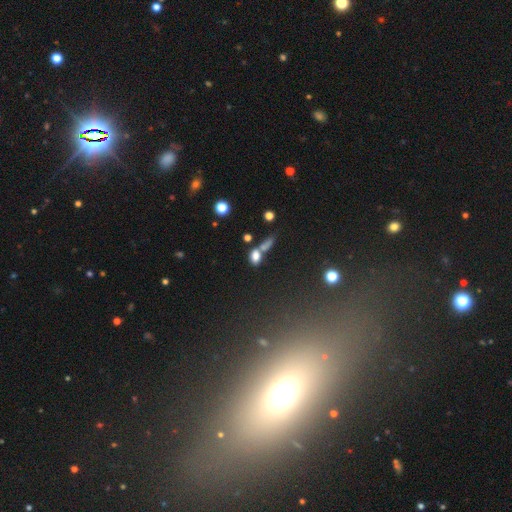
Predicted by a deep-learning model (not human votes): Smooth or featured? smooth (76%)
How rounded? in between (70%)
Merging? none (41%)